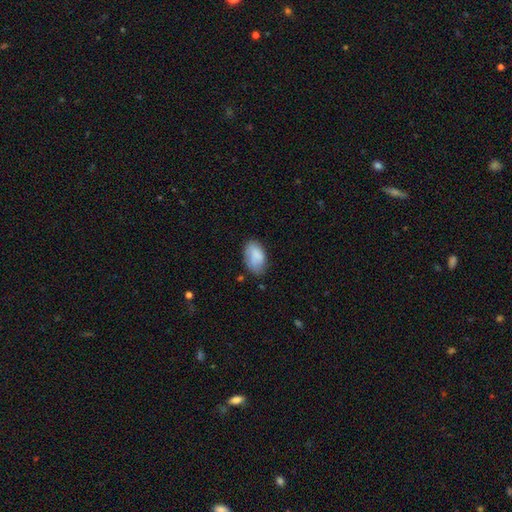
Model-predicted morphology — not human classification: This appears to be a smooth galaxy with no disk features (82%) that is in between round and cigar-shaped (93%). Merging: none (65%).